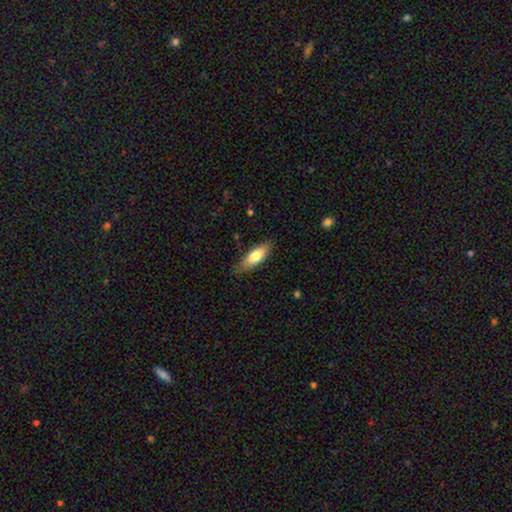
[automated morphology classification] A smooth galaxy with no disk features (77%) that is in between round and cigar-shaped (67%).

Vote fractions:
- Smooth or featured? smooth: 77% / featured or disk: 17% / star or artifact: 6%
- How rounded? in between: 67% / cigar-shaped: 32% / round: 2%
- Merging? none: 78% / minor disturbance: 18% / major disturbance: 3% / merger: 1%